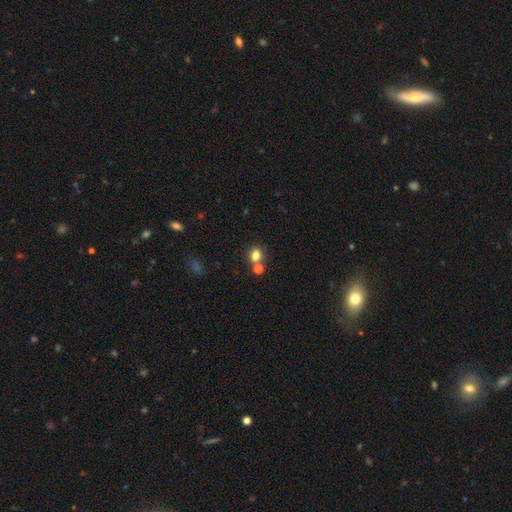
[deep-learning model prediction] Smooth or featured? smooth (79%)
How rounded? round (62%)
Merging? none (61%)